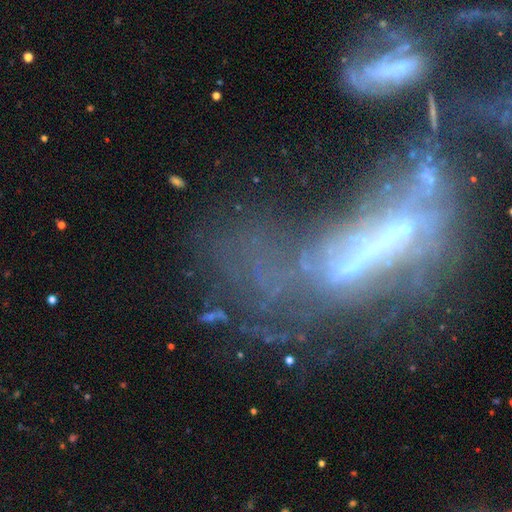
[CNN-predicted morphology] Smooth or featured: featured or disk — 60% (star or artifact — 21%)
Edge-on disk: no — 74% (yes — 26%)
Merging: major disturbance — 38% (merger — 35%)